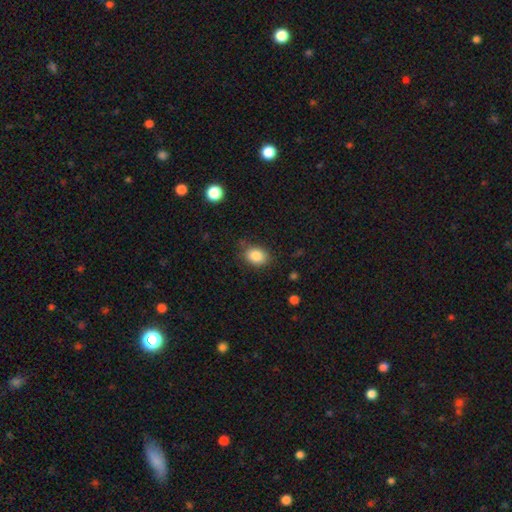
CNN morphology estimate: A smooth galaxy with no disk features (86%) that is in between round and cigar-shaped (64%).

Vote fractions:
- Smooth or featured? smooth: 86% / star or artifact: 9% / featured or disk: 6%
- How rounded? in between: 64% / round: 35% / cigar-shaped: 1%
- Merging? none: 78% / minor disturbance: 16% / major disturbance: 4% / merger: 2%